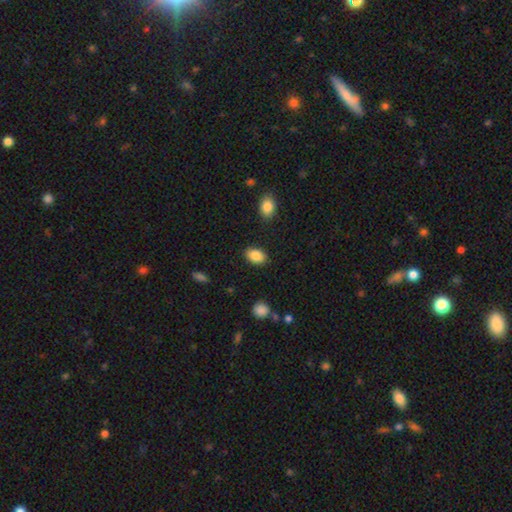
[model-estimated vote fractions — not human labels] smooth 87%, star or artifact 8%, featured or disk 6%. Down the decision tree: how rounded — in between (87%); merging — none (87%).